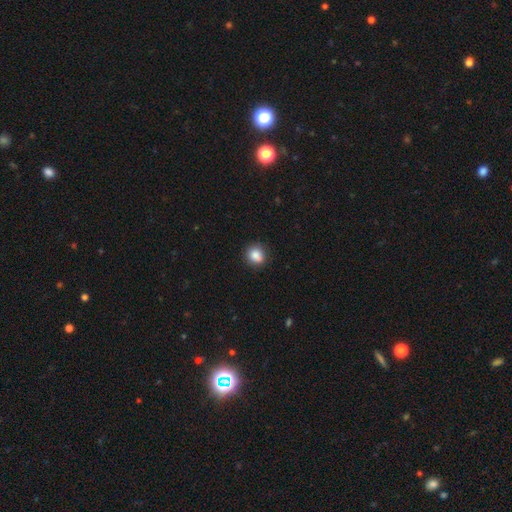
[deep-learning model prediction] smooth_or_featured: smooth (p=0.86) [alt: star or artifact p=0.09]
how_rounded: round (p=0.72) [alt: in between p=0.27]
merging: none (p=0.86) [alt: minor disturbance p=0.10]